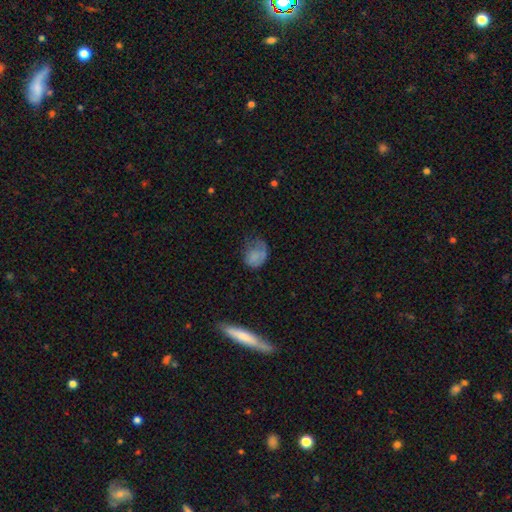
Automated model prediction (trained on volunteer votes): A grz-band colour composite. It shows a smooth galaxy with no disk features (70%) that is in between round and cigar-shaped (59%). Merging: none (33%, tied with minor disturbance).